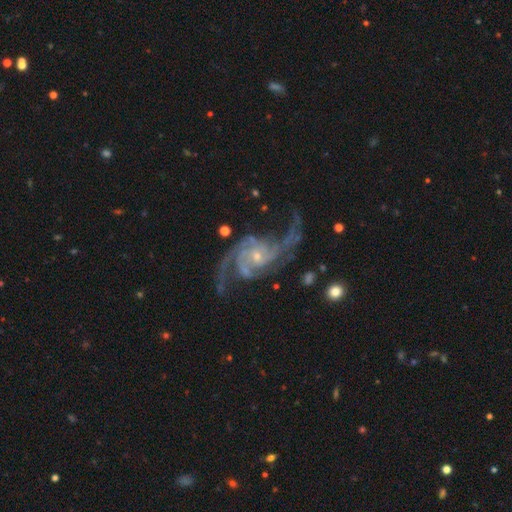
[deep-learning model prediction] Overall: featured or disk (93%). Edge-on disk: no (98%). Bar: no (66%; weak 26%). Spiral arms: yes (98%). Spiral arm count: 2 (52%; 3 21%). Spiral winding: medium (48%; loose 31%). Bulge size: small (77%). Merging: none (60%).